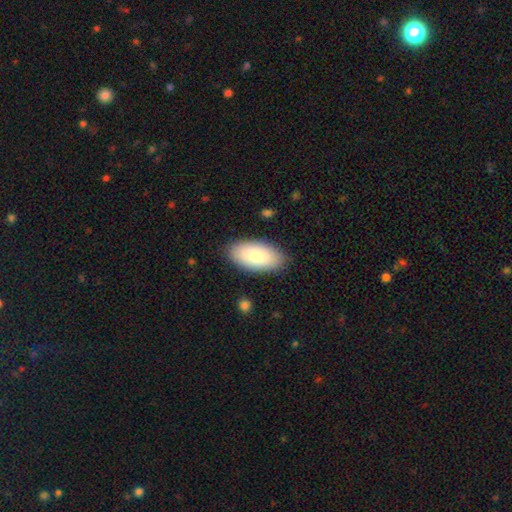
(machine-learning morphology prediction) Smooth or featured?
  - smooth: 84% *
  - featured or disk: 11%
  - star or artifact: 6%
How rounded?
  - in between: 94% *
  - cigar-shaped: 4%
  - round: 2%
Merging?
  - none: 87% *
  - minor disturbance: 10%
  - major disturbance: 2%
  - merger: 1%